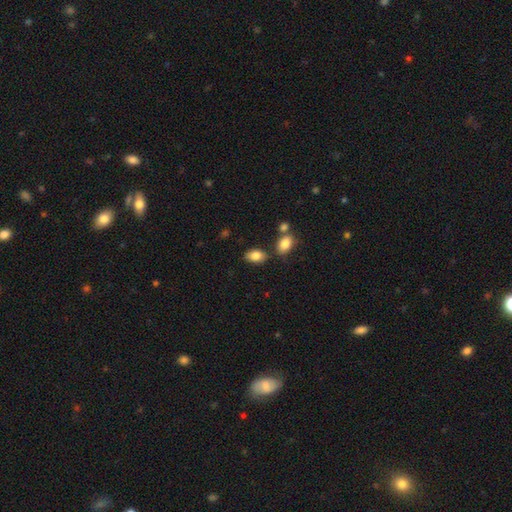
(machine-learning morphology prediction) The model was most divided on "merging": none: 75%, minor disturbance: 13%, merger: 9%, major disturbance: 3%. More confident: how rounded — in between (90%); smooth or featured — smooth (84%).